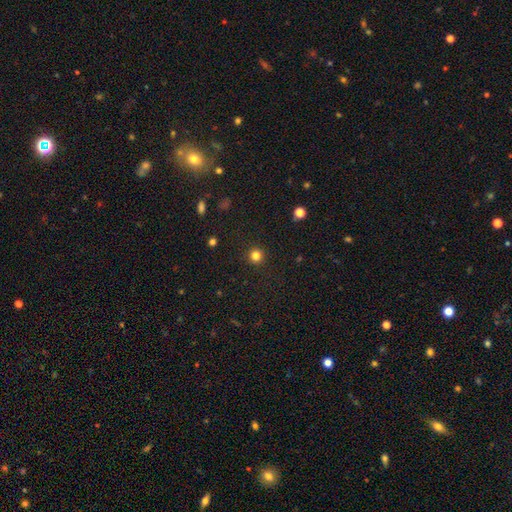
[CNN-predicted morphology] The model was most divided on "smooth or featured": smooth: 81%, star or artifact: 14%, featured or disk: 5%. More confident: how rounded — round (95%); merging — none (92%).